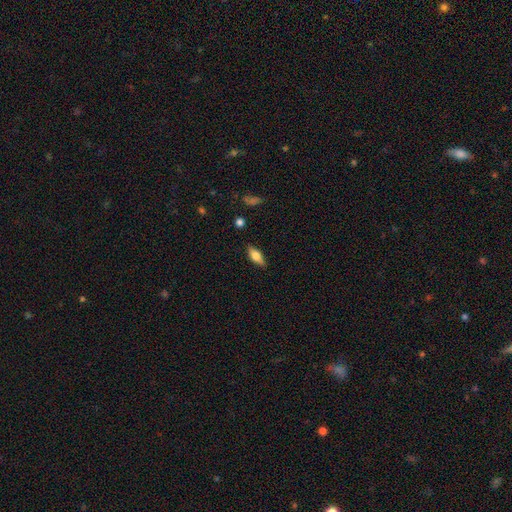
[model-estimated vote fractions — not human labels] This appears to be a smooth galaxy with no disk features (62%) that is in between round and cigar-shaped (73%). Merging: none (85%).